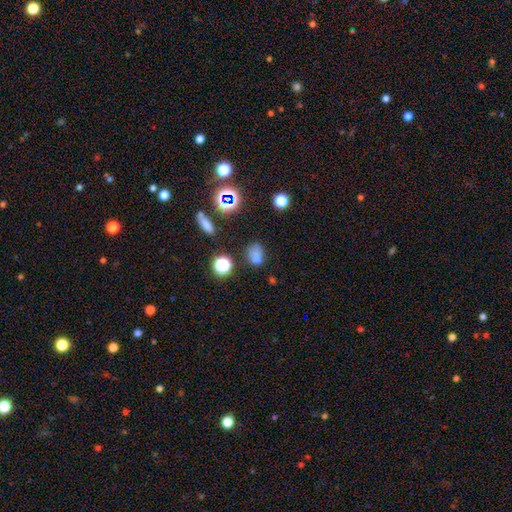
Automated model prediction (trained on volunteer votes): smooth 69%, star or artifact 22%, featured or disk 9%. Down the decision tree: how rounded — in between (69%); merging — none (63%).